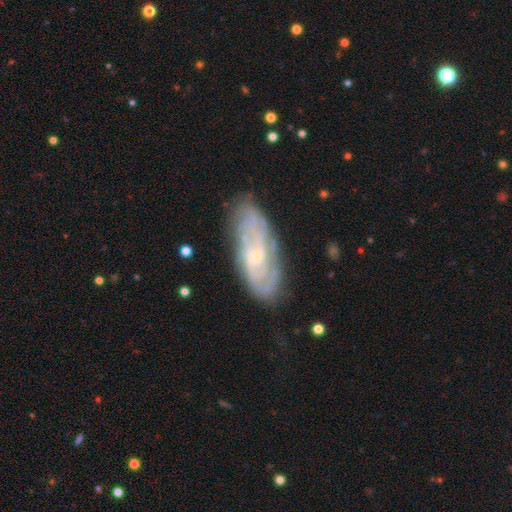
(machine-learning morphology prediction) Smooth or featured? featured or disk (69%)
Edge-on disk? no (87%)
Bar? no (59%)
Spiral arms? yes (79%)
Bulge size? small (65%)
Merging? none (71%)